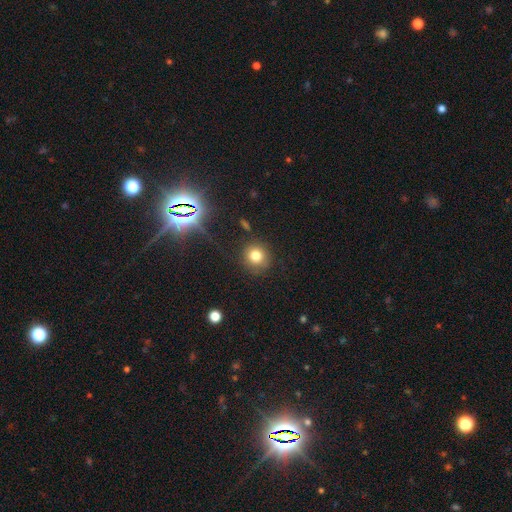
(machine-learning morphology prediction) A smooth galaxy with no disk features (76%) that is round (90%).

Vote fractions:
- Smooth or featured? smooth: 76% / star or artifact: 16% / featured or disk: 8%
- How rounded? round: 90% / in between: 9% / cigar-shaped: 1%
- Merging? none: 85% / minor disturbance: 9% / major disturbance: 3% / merger: 2%